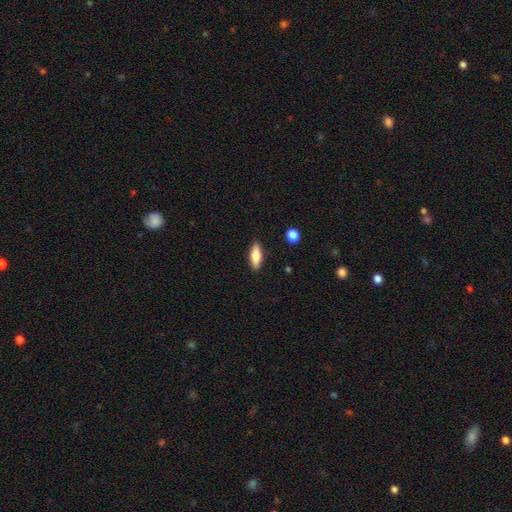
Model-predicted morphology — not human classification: Smooth or featured: smooth — 72% (featured or disk — 21%)
How rounded: in between — 63% (cigar-shaped — 34%)
Merging: none — 88% (minor disturbance — 9%)